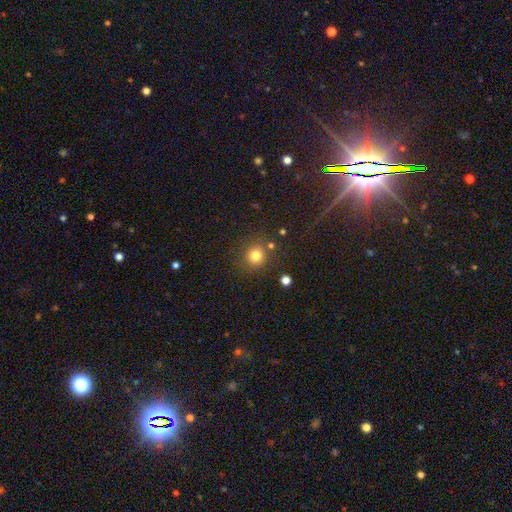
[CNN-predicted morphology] Smooth or featured: smooth — 80% (star or artifact — 14%)
How rounded: round — 90% (in between — 9%)
Merging: none — 81% (minor disturbance — 9%)